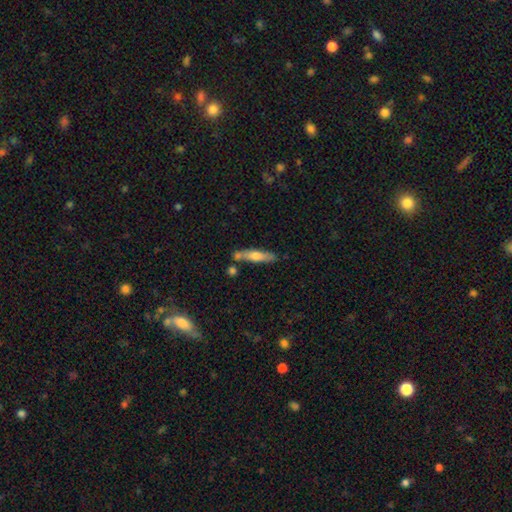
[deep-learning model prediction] Q: Smooth or featured?
A: smooth (58%); runner-up: featured or disk (36%)
Q: How rounded?
A: cigar-shaped (81%); runner-up: in between (17%)
Q: Merging?
A: none (68%); runner-up: minor disturbance (15%)